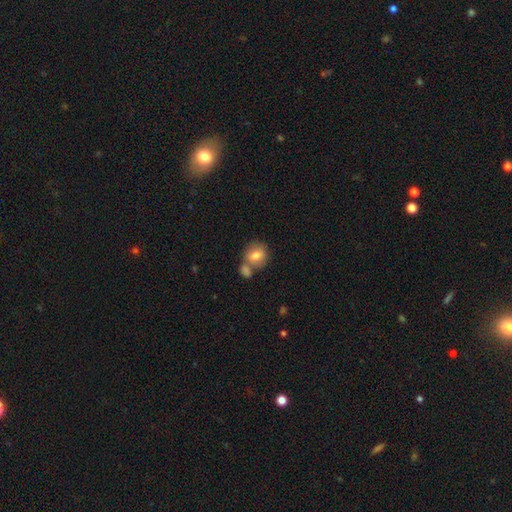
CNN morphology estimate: smooth_or_featured: smooth (p=0.76) [alt: featured or disk p=0.15]
how_rounded: round (p=0.77) [alt: in between p=0.22]
merging: none (p=0.49) [alt: merger p=0.37]